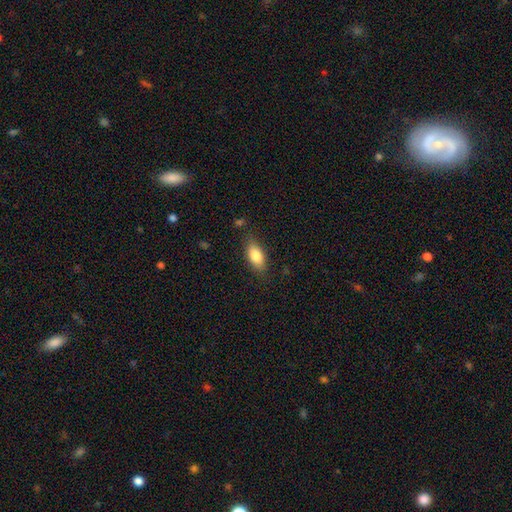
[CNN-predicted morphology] This appears to be a smooth galaxy with no disk features (82%) that is in between round and cigar-shaped (87%). Merging: none (80%).